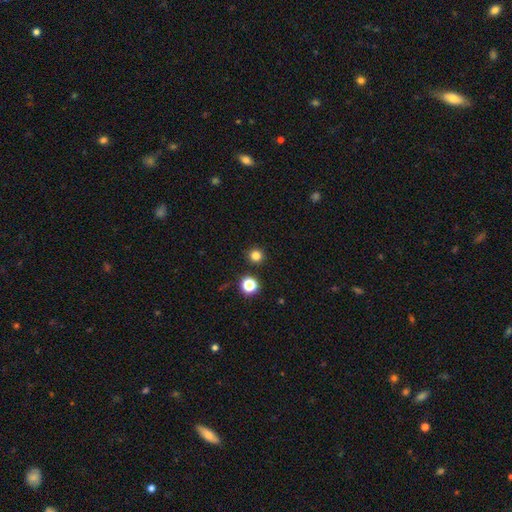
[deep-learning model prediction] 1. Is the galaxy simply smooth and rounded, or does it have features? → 81% smooth, 16% star or artifact, 4% featured or disk.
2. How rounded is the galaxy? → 95% round, 4% in between, 1% cigar-shaped.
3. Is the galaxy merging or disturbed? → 91% none, 5% minor disturbance, 3% merger, 2% major disturbance.